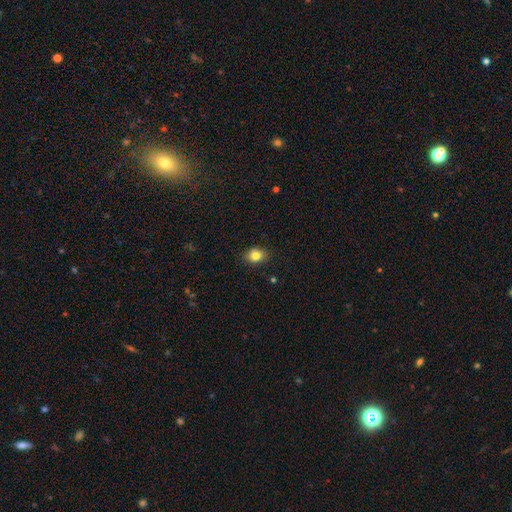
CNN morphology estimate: The model was most divided on "how rounded": in between: 55%, round: 44%, cigar-shaped: 1%. More confident: merging — none (86%); smooth or featured — smooth (83%).